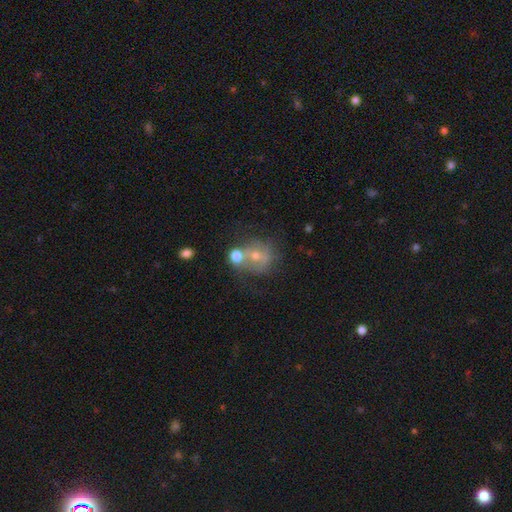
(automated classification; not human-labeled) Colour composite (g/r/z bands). It shows a smooth galaxy with no disk features (46%). Merging: none (37%).